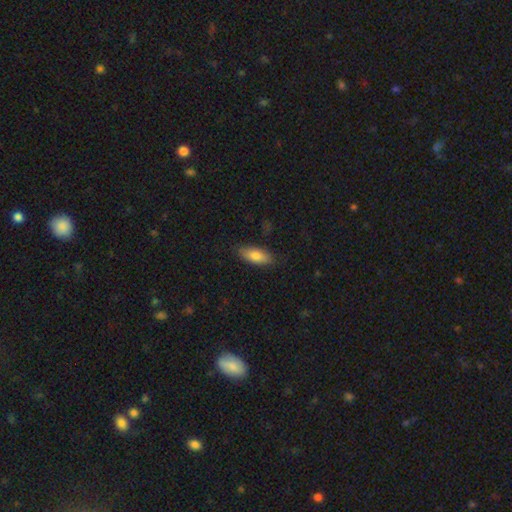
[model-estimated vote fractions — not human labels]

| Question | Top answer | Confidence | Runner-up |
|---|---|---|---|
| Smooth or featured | smooth | 81% | featured or disk (13%) |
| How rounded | in between | 78% | cigar-shaped (20%) |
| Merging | none | 81% | minor disturbance (15%) |